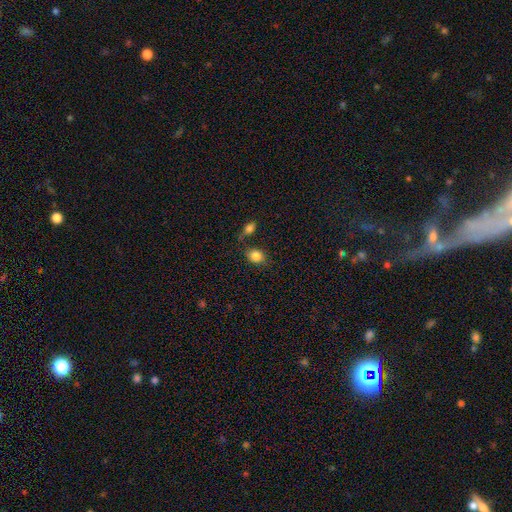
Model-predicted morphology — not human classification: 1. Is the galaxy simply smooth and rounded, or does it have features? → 85% smooth, 9% star or artifact, 6% featured or disk.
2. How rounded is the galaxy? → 53% in between, 45% round, 1% cigar-shaped.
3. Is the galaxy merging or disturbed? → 69% none, 15% minor disturbance, 11% merger, 5% major disturbance.